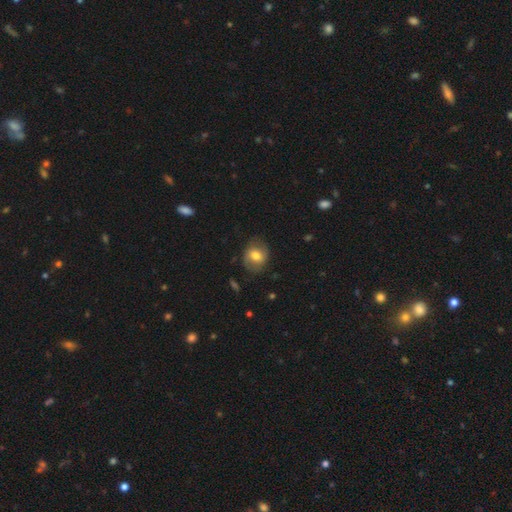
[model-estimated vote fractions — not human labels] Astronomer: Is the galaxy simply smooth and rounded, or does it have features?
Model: smooth — 60%.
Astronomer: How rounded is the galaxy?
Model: round — 57% (runner-up: in between, 42%).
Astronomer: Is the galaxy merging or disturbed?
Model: none — 75%.